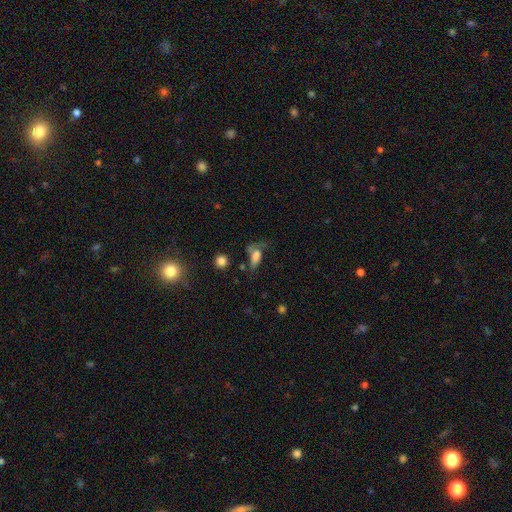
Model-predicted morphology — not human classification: smooth-or-featured: smooth: 66% | featured or disk: 20% | star or artifact: 14%
  how-rounded: in between: 78% | cigar-shaped: 13% | round: 9%
  merging: major disturbance: 35% | none: 33% | minor disturbance: 22% | merger: 10%